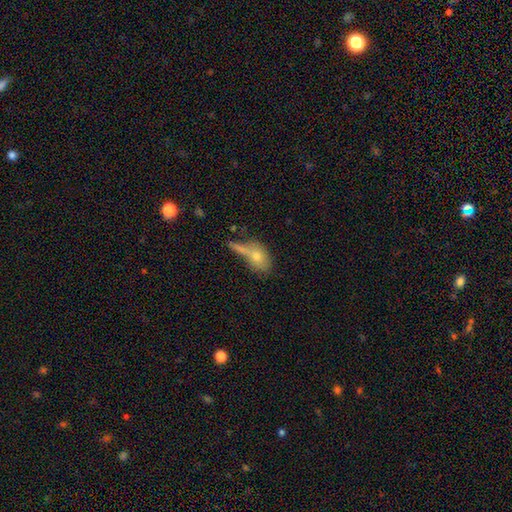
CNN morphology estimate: This is likely a smooth galaxy (63%). How rounded: likely in between (69%). Merging: marginally none (35%).